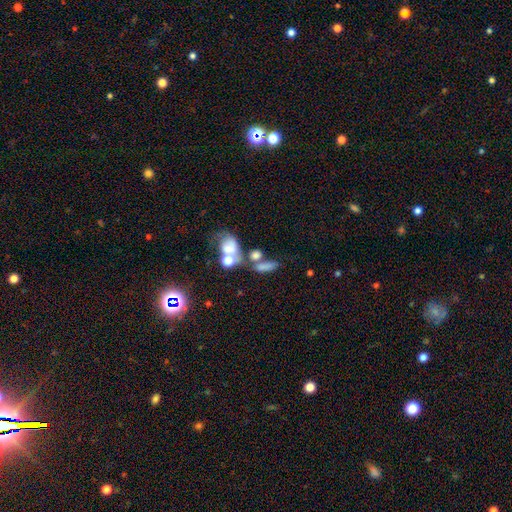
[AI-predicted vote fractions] Morphology: type=smooth (66%); roundness=in between (65%); merging=merger (50%).